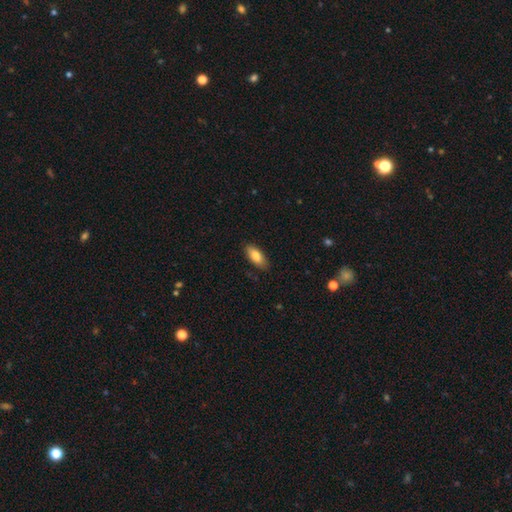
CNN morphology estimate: This is clearly a smooth galaxy (83%). How rounded: clearly in between (85%). Merging: clearly none (85%).